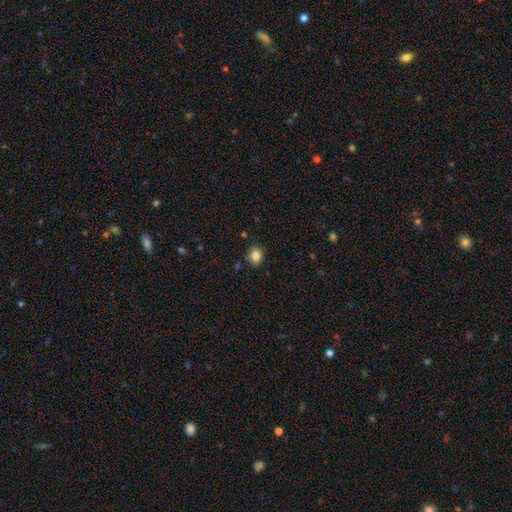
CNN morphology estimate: smooth-or-featured: smooth: 84% | star or artifact: 10% | featured or disk: 6%
  how-rounded: in between: 52% | round: 47% | cigar-shaped: 1%
  merging: none: 84% | minor disturbance: 11% | major disturbance: 2% | merger: 2%